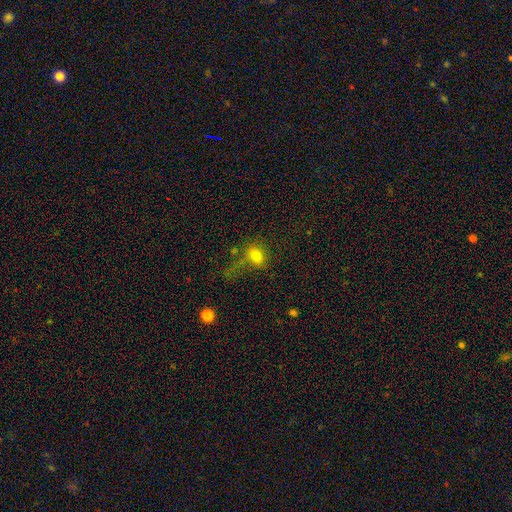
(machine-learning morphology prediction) This is likely a smooth galaxy (74%). How rounded: likely in between (71%). Merging: marginally none (43%).